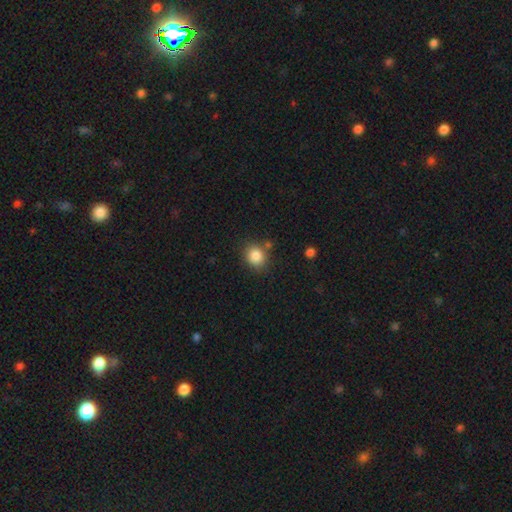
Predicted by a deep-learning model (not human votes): A smooth galaxy with no disk features (84%) that is round (73%). Merging: none (77%).